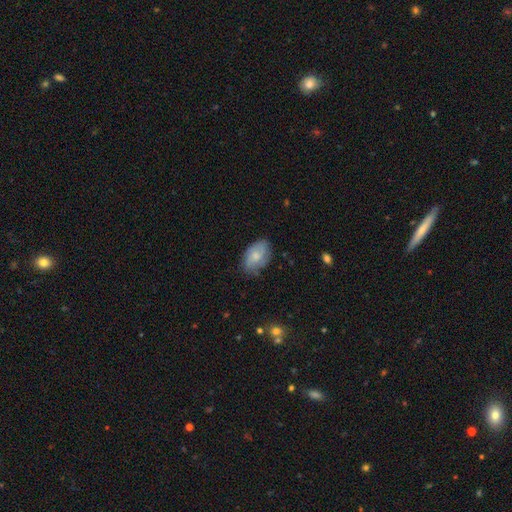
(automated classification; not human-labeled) This appears to be a smooth galaxy with no disk features (63%) that is in between round and cigar-shaped (90%). Merging: none (68%).